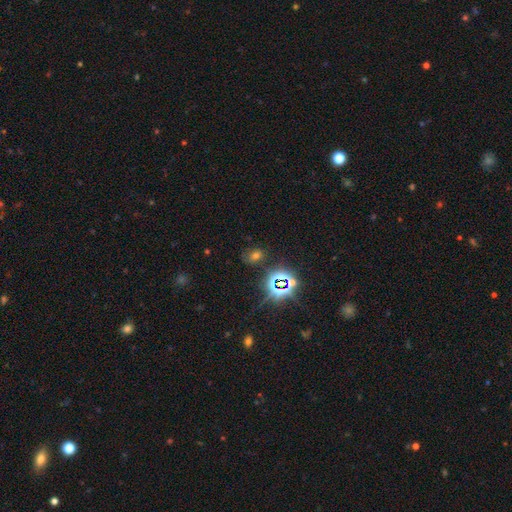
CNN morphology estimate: smooth-or-featured: star or artifact: 45% | smooth: 44% | featured or disk: 10%